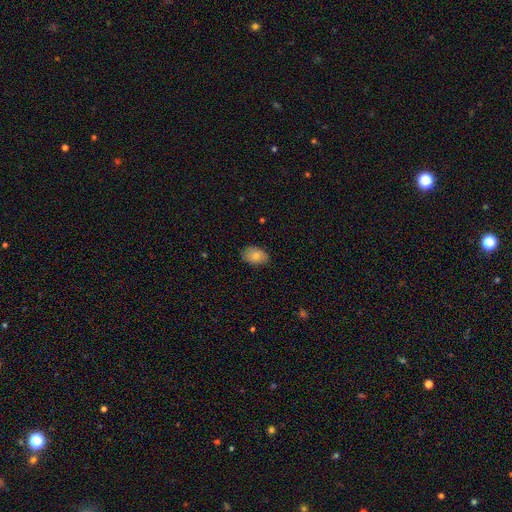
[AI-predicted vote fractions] smooth-or-featured: smooth: 80% | featured or disk: 12% | star or artifact: 8%
  how-rounded: in between: 86% | round: 13% | cigar-shaped: 1%
  merging: none: 80% | minor disturbance: 16% | major disturbance: 3% | merger: 1%